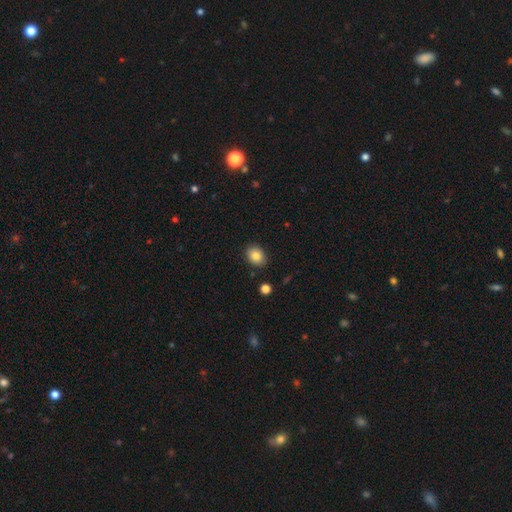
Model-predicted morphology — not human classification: This appears to be a smooth galaxy with no disk features (85%) that is in between round and cigar-shaped (57%). Merging: none (88%).